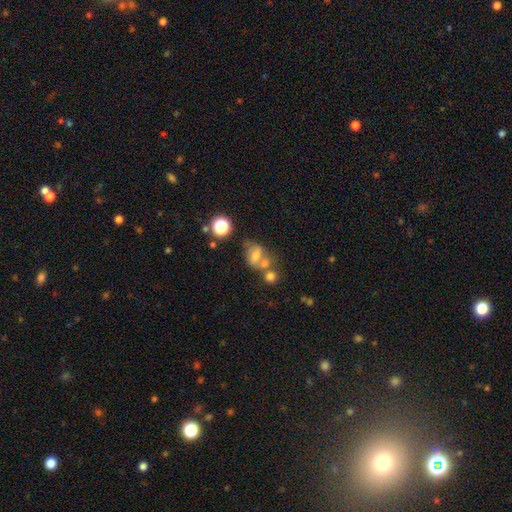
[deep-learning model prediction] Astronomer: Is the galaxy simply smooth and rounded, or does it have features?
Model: smooth — 50% (runner-up: featured or disk, 32%).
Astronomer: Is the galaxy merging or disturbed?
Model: merger — 38% (runner-up: none, 37%).